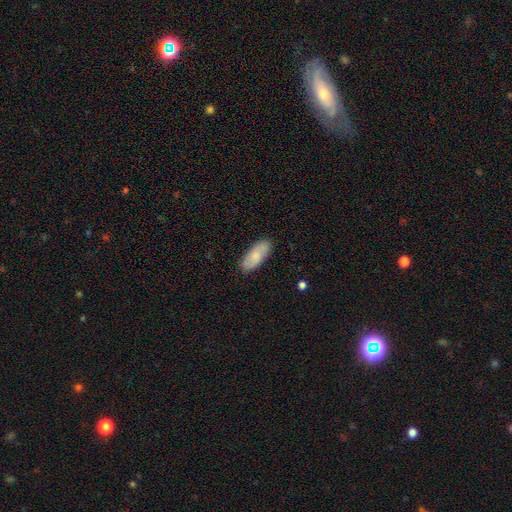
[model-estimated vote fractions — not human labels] Smooth or featured? smooth (75%)
How rounded? in between (84%)
Merging? none (85%)